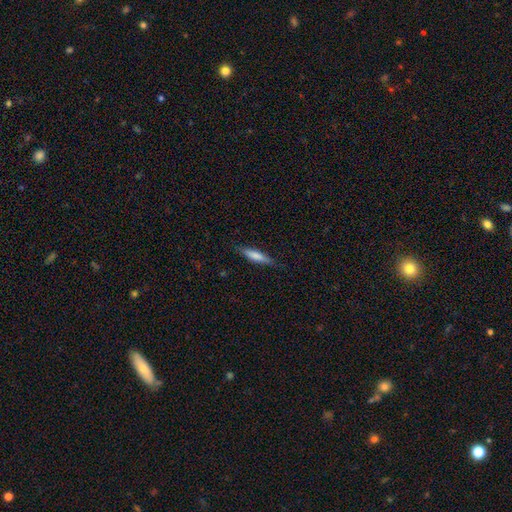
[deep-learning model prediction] smooth_or_featured: smooth (p=0.71) [alt: featured or disk p=0.23]
how_rounded: cigar-shaped (p=0.81) [alt: in between p=0.18]
merging: none (p=0.84) [alt: minor disturbance p=0.12]